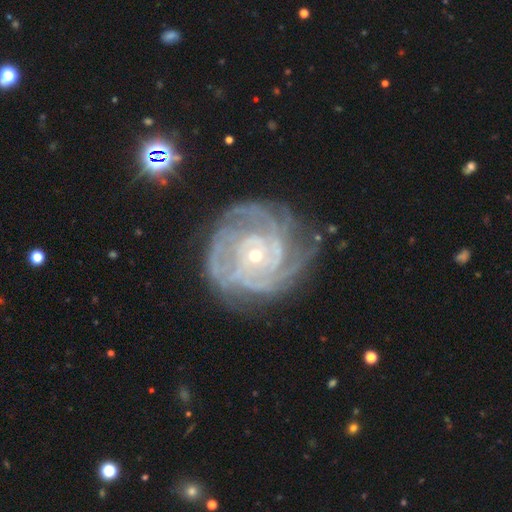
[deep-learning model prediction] Smooth or featured? Predicted: featured or disk (p=0.88). Edge-on disk? Predicted: no (p=0.97). Bar? Predicted: no (p=0.77). Spiral arms? Predicted: yes (p=0.95). Spiral winding? Predicted: tight (p=0.74). Spiral arm count? Predicted: can't tell (p=0.30). Bulge size? Predicted: small (p=0.65). Merging? Predicted: none (p=0.64).